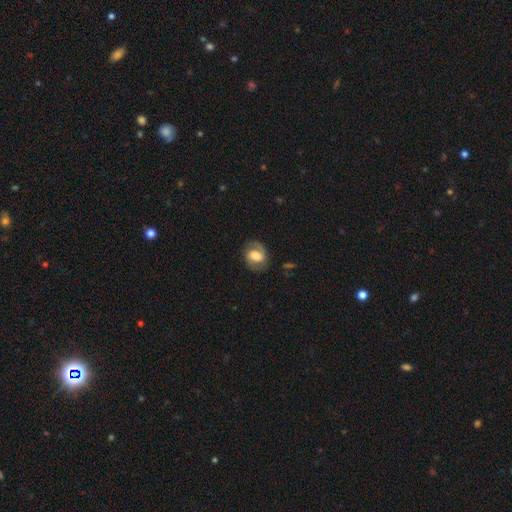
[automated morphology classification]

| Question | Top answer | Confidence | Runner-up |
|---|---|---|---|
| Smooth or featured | featured or disk | 51% | smooth (41%) |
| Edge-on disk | no | 96% | yes (4%) |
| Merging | none | 75% | minor disturbance (17%) |